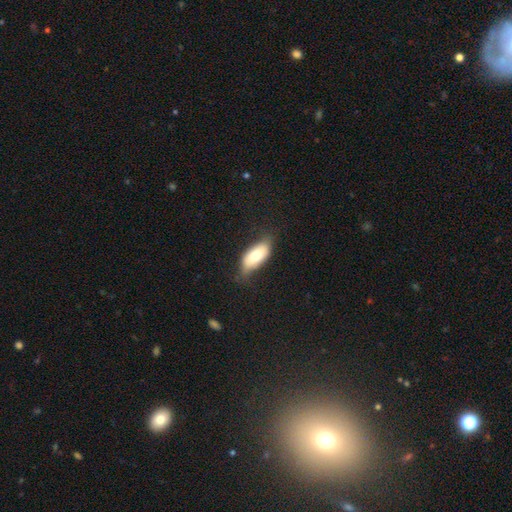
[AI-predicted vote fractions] Smooth or featured: smooth — 71% (featured or disk — 23%)
How rounded: in between — 88% (cigar-shaped — 9%)
Merging: none — 65% (minor disturbance — 26%)